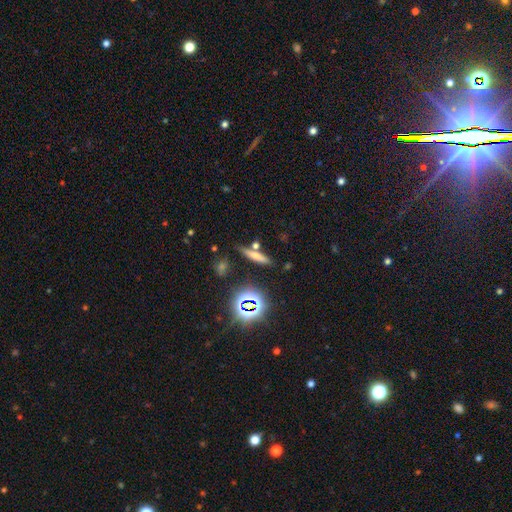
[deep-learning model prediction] The model was most divided on "smooth or featured": smooth: 58%, featured or disk: 23%, star or artifact: 18%. More confident: how rounded — cigar-shaped (81%); merging — none (75%).